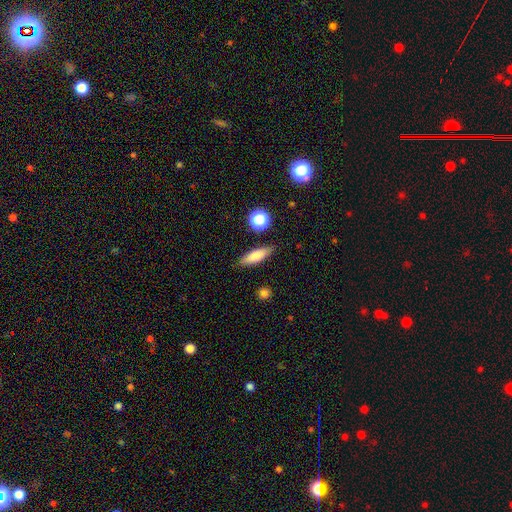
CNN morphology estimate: smooth-or-featured: smooth: 75% | featured or disk: 17% | star or artifact: 8%
  how-rounded: cigar-shaped: 52% | in between: 44% | round: 4%
  merging: none: 86% | minor disturbance: 9% | major disturbance: 2% | merger: 2%